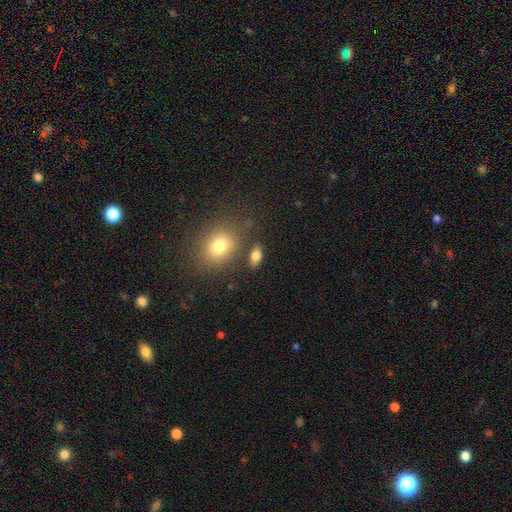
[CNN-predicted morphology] Smooth or featured?
  - smooth: 77% *
  - featured or disk: 13%
  - star or artifact: 10%
How rounded?
  - in between: 81% *
  - round: 11%
  - cigar-shaped: 8%
Merging?
  - none: 79% *
  - minor disturbance: 11%
  - merger: 6%
  - major disturbance: 4%